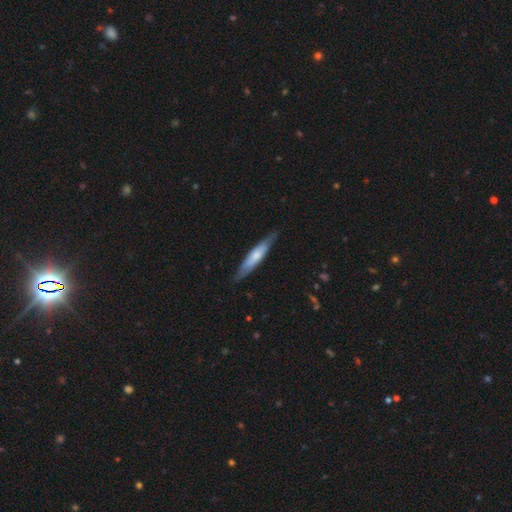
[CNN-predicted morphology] A smooth galaxy with no disk features (56%) that is cigar-shaped (85%).

Vote fractions:
- Smooth or featured? smooth: 56% / featured or disk: 39% / star or artifact: 5%
- How rounded? cigar-shaped: 85% / in between: 13% / round: 1%
- Merging? none: 82% / minor disturbance: 14% / major disturbance: 2% / merger: 1%